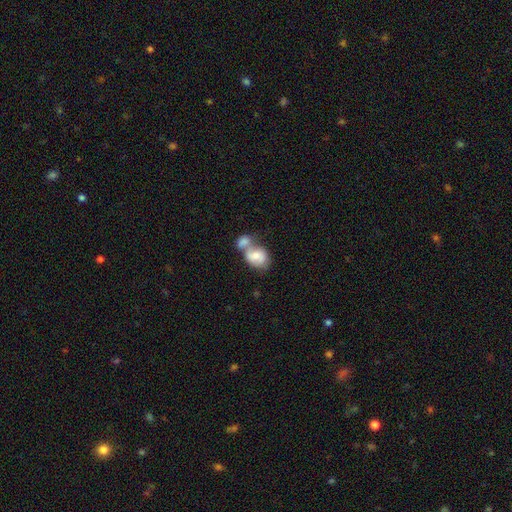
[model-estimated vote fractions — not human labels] A smooth galaxy with no disk features (68%) that is in between round and cigar-shaped (64%).

Vote fractions:
- Smooth or featured? smooth: 68% / featured or disk: 25% / star or artifact: 7%
- How rounded? in between: 64% / round: 35% / cigar-shaped: 1%
- Merging? merger: 67% / none: 19% / minor disturbance: 9% / major disturbance: 6%